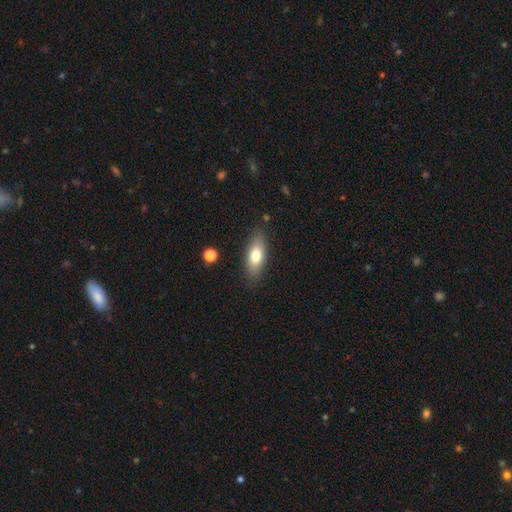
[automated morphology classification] A smooth galaxy with no disk features (73%) that is in between round and cigar-shaped (74%). Merging: none (85%).